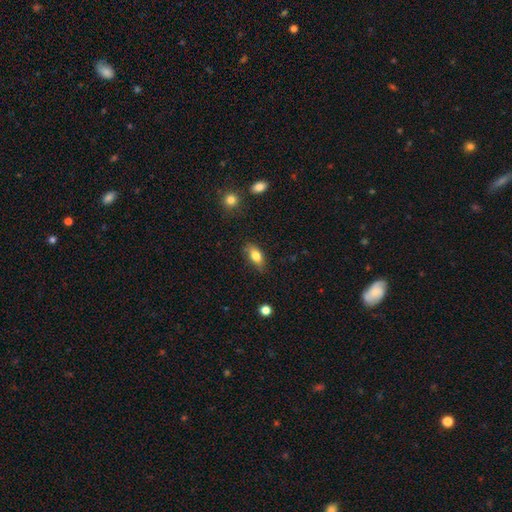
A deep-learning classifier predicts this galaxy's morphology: smooth 79%, featured or disk 14%, star or artifact 7%. Down the decision tree: how rounded — in between (86%); merging — none (78%).